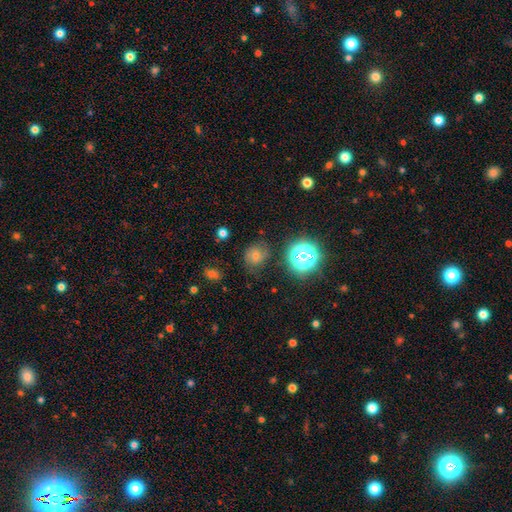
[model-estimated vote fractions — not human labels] star or artifact 43%, smooth 36%, featured or disk 21%.